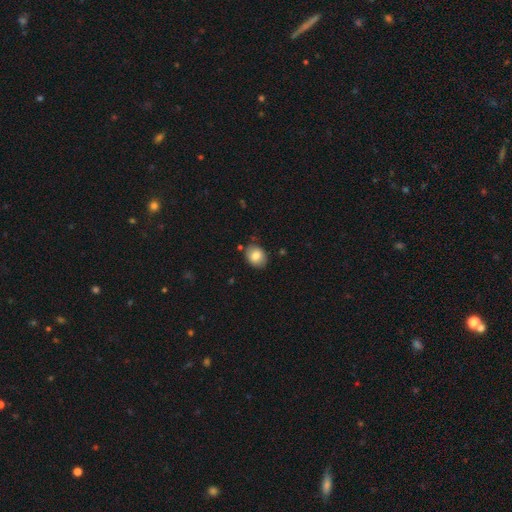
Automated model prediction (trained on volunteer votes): The model was most divided on "how rounded": in between: 51%, round: 48%, cigar-shaped: 1%. More confident: merging — none (82%); smooth or featured — smooth (80%).